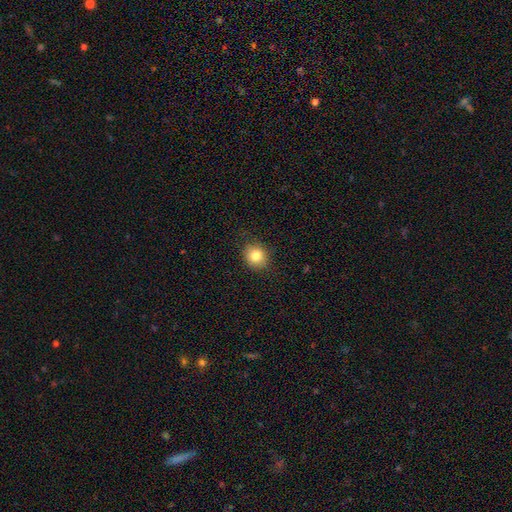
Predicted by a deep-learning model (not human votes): Smooth or featured? Predicted: smooth (p=0.82). How rounded? Predicted: round (p=0.76). Merging? Predicted: none (p=0.85).